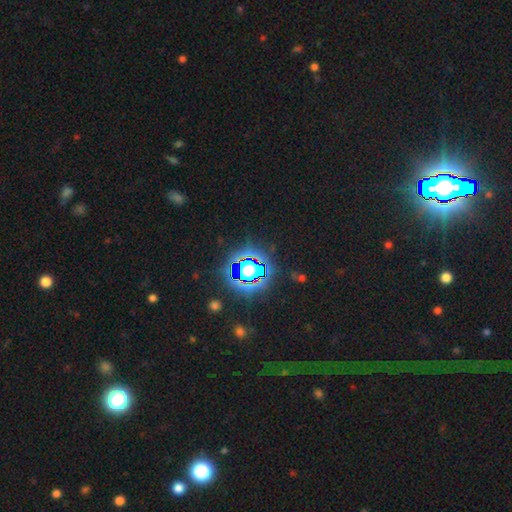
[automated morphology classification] This appears to be a star or artifact, not a galaxy (84%).